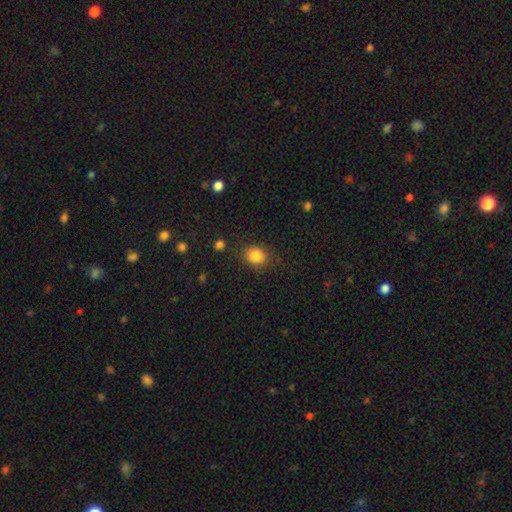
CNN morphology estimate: Q: Smooth or featured?
A: smooth (85%); runner-up: star or artifact (10%)
Q: How rounded?
A: round (58%); runner-up: in between (41%)
Q: Merging?
A: none (81%); runner-up: minor disturbance (13%)